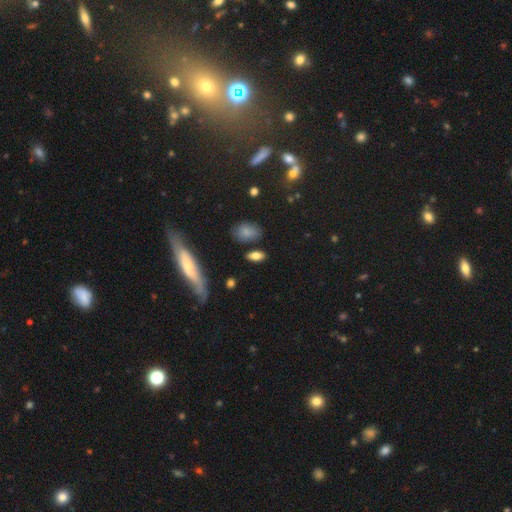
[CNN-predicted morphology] This appears to be a smooth galaxy with no disk features (77%) that is in between round and cigar-shaped (80%). Merging: none (77%).